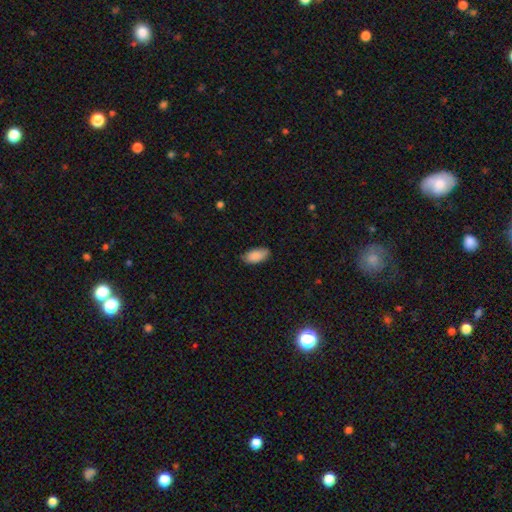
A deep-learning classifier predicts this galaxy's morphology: Smooth or featured: smooth — 89% (star or artifact — 6%)
How rounded: in between — 93% (cigar-shaped — 5%)
Merging: none — 81% (minor disturbance — 15%)